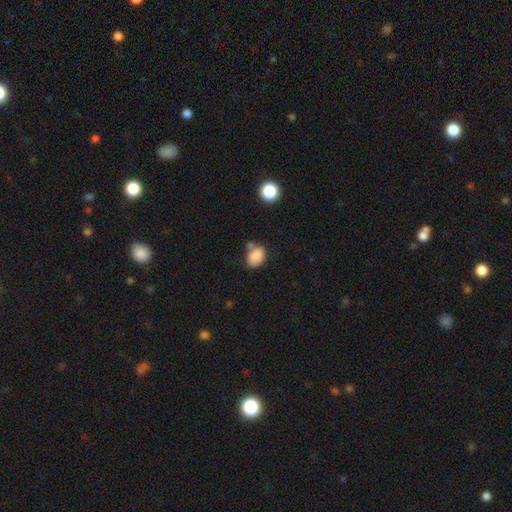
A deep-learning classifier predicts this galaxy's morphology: Smooth or featured?
  - smooth: 85% *
  - star or artifact: 9%
  - featured or disk: 6%
How rounded?
  - in between: 75% *
  - round: 24%
  - cigar-shaped: 1%
Merging?
  - none: 55% *
  - minor disturbance: 22%
  - merger: 17%
  - major disturbance: 7%